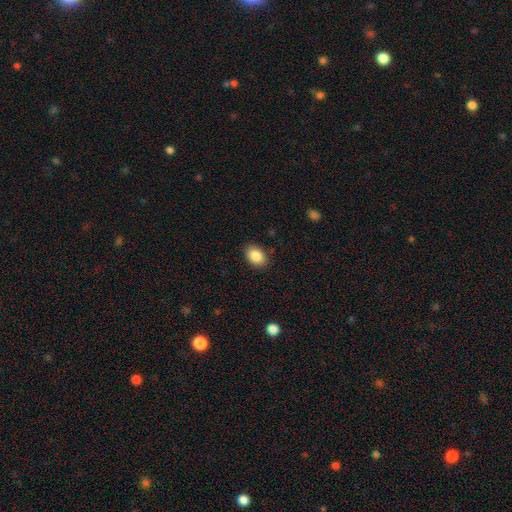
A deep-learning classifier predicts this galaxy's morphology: The model was most divided on "how rounded": in between: 75%, round: 24%, cigar-shaped: 1%. More confident: merging — none (87%); smooth or featured — smooth (87%).